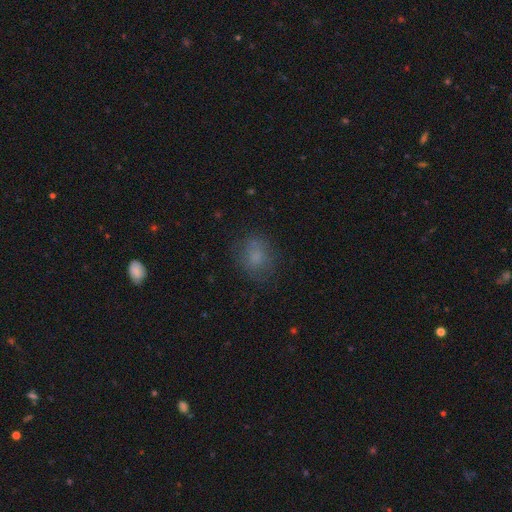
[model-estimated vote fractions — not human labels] A smooth galaxy with no disk features (73%) that is round (64%).

Vote fractions:
- Smooth or featured? smooth: 73% / star or artifact: 14% / featured or disk: 13%
- How rounded? round: 64% / in between: 35% / cigar-shaped: 1%
- Merging? none: 71% / minor disturbance: 18% / major disturbance: 9% / merger: 2%